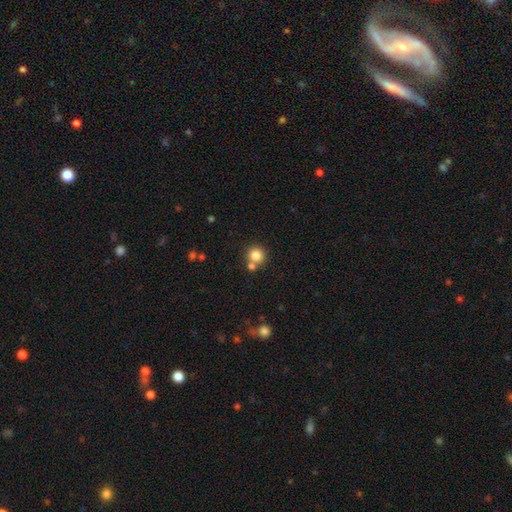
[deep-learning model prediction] smooth_or_featured: smooth (p=0.82) [alt: star or artifact p=0.11]
how_rounded: round (p=0.92) [alt: in between p=0.08]
merging: none (p=0.66) [alt: merger p=0.23]